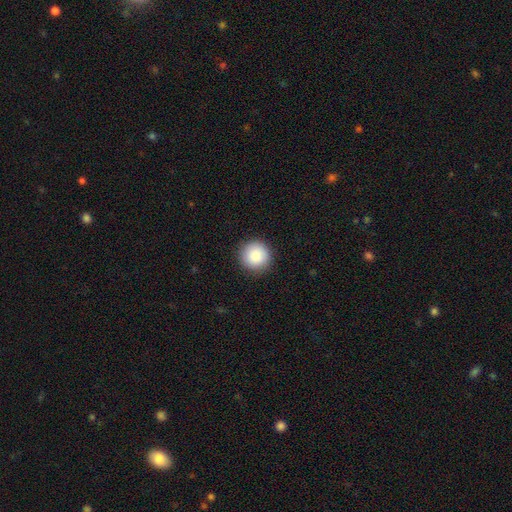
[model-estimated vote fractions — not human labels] This is clearly a smooth galaxy (88%). How rounded: clearly round (95%). Merging: clearly none (91%).